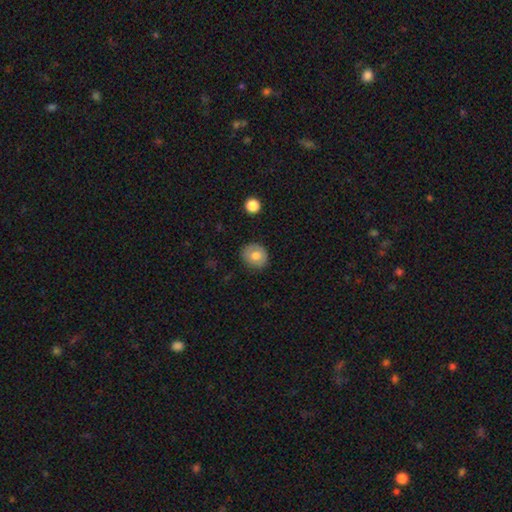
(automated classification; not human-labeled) smooth 74%, featured or disk 18%, star or artifact 8%. Down the decision tree: how rounded — round (76%); merging — none (86%).